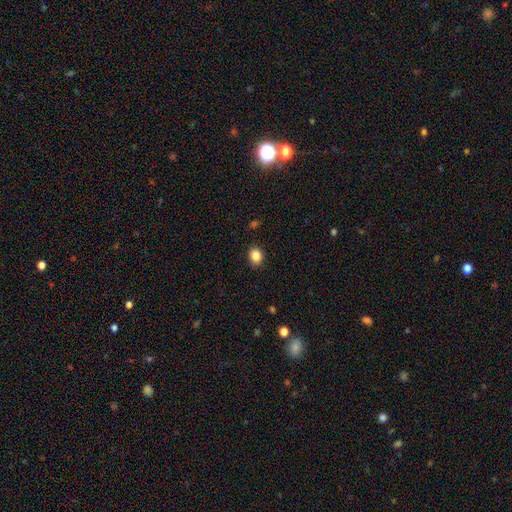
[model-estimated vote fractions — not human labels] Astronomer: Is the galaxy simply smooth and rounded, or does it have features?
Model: smooth — 86%.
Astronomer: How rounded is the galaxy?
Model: in between — 52% (runner-up: round, 47%).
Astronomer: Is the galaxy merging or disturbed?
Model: none — 87%.